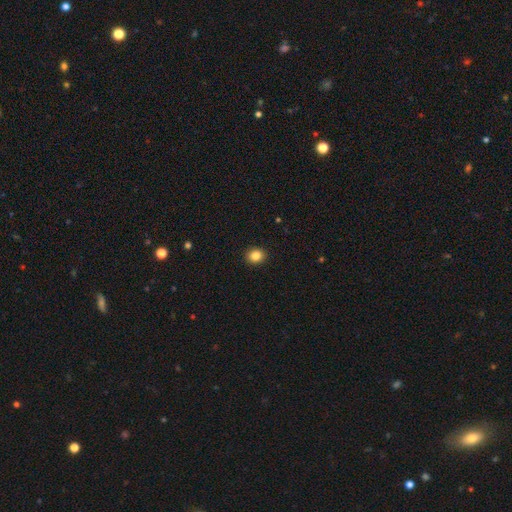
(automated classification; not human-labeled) Smooth or featured? smooth (85%)
How rounded? round (74%)
Merging? none (92%)